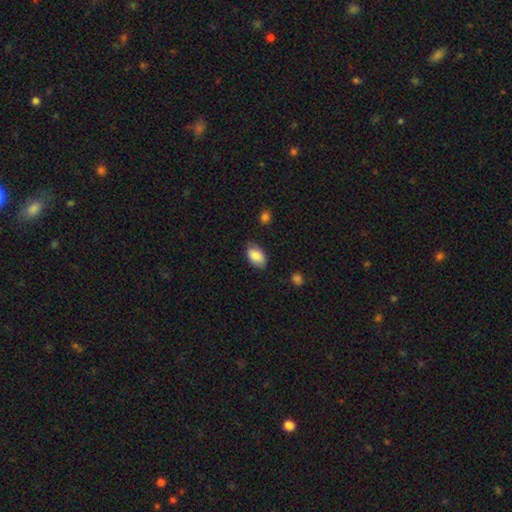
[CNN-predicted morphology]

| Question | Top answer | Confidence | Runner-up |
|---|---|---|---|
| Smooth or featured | smooth | 86% | featured or disk (7%) |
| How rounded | in between | 92% | round (6%) |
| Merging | none | 76% | minor disturbance (19%) |